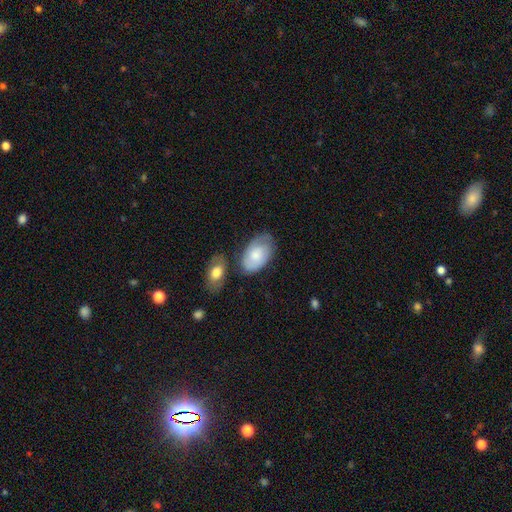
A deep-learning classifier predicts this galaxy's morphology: Smooth or featured?
  - smooth: 54% *
  - featured or disk: 40%
  - star or artifact: 6%
How rounded?
  - in between: 91% *
  - round: 7%
  - cigar-shaped: 1%
Merging?
  - none: 59% *
  - minor disturbance: 22%
  - merger: 11%
  - major disturbance: 7%